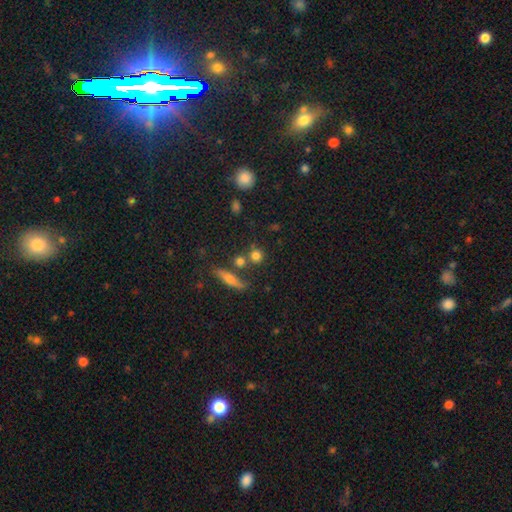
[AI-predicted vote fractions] Smooth or featured? smooth (76%)
How rounded? round (85%)
Merging? none (67%)